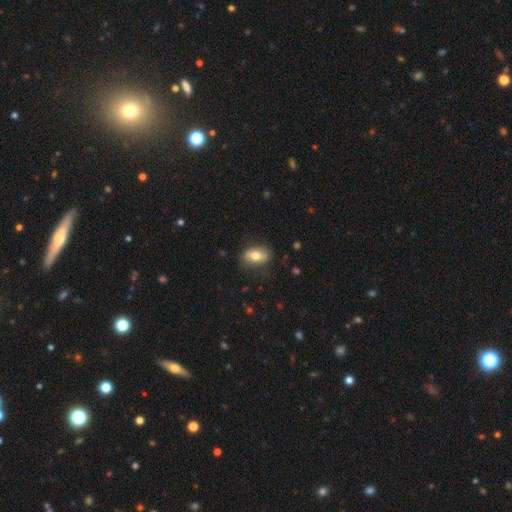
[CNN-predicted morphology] Q: Smooth or featured?
A: smooth (64%); runner-up: featured or disk (30%)
Q: How rounded?
A: in between (84%); runner-up: round (10%)
Q: Merging?
A: none (77%); runner-up: minor disturbance (17%)